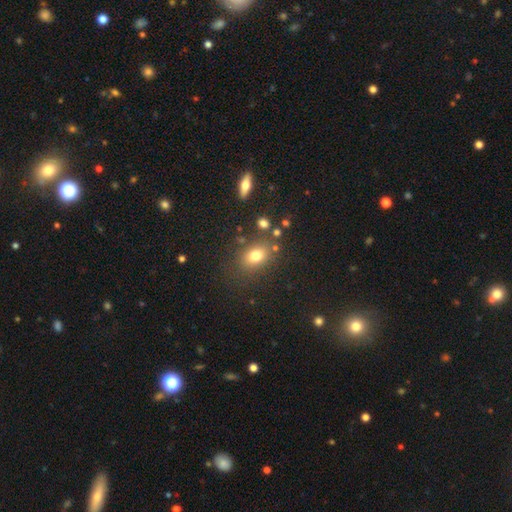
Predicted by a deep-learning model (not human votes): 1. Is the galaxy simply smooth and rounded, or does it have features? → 76% smooth, 13% star or artifact, 11% featured or disk.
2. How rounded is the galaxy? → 66% in between, 32% round, 2% cigar-shaped.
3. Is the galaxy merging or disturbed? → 77% none, 12% minor disturbance, 6% merger, 5% major disturbance.